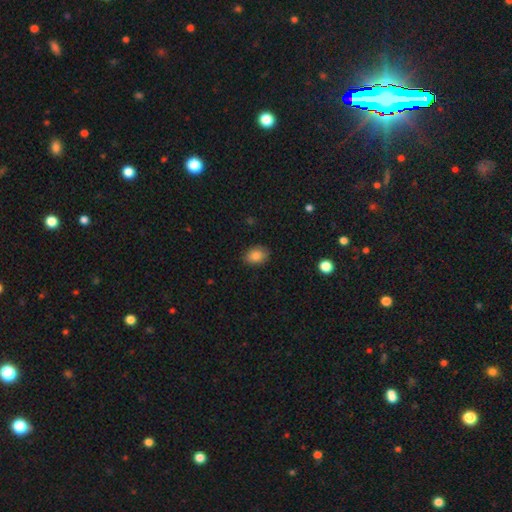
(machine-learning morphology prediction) A smooth galaxy with no disk features (85%) that is in between round and cigar-shaped (72%). Merging: none (85%).